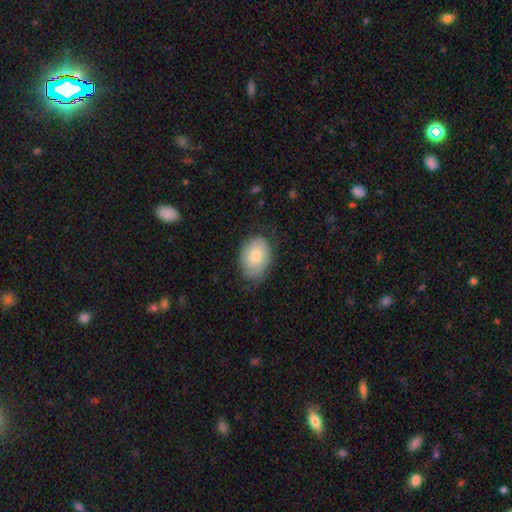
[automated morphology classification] A smooth galaxy with no disk features (69%) that is in between round and cigar-shaped (78%). Merging: none (68%).